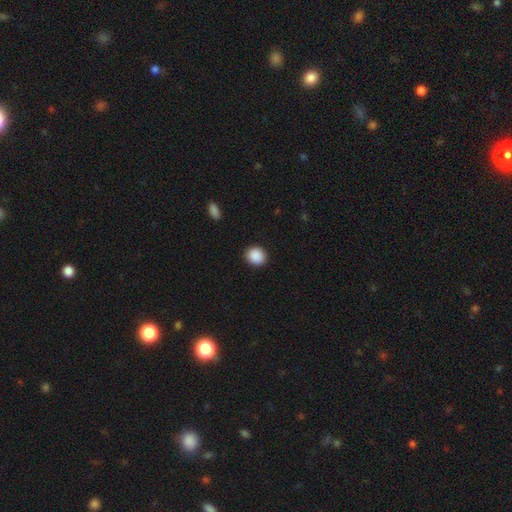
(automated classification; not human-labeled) Overall: smooth (90%). How rounded: round (80%). Merging: none (91%).